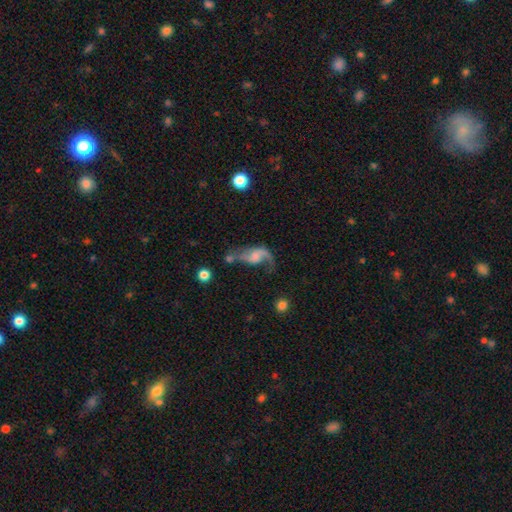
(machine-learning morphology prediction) type=featured or disk (74%); edge-on=no (95%); bar=no (53%); spiral arms=yes (90%); winding=loose (81%); arm count=2 (77%); bulge=none (38%); merging=none (36%).